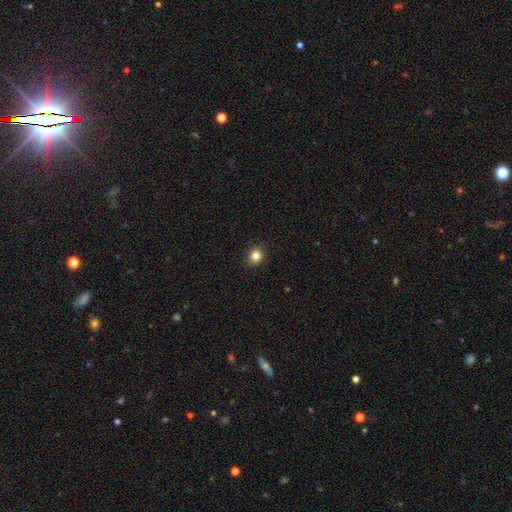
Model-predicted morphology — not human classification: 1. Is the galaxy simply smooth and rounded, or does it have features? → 83% smooth, 12% star or artifact, 5% featured or disk.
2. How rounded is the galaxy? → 76% round, 23% in between, 1% cigar-shaped.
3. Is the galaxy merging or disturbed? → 91% none, 6% minor disturbance, 2% major disturbance, 1% merger.